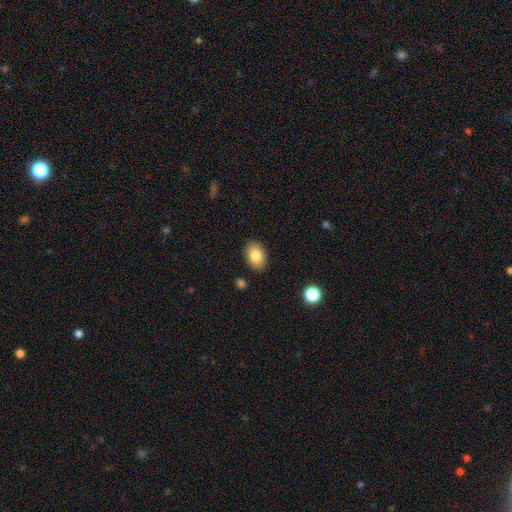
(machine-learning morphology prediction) A smooth galaxy with no disk features (82%) that is in between round and cigar-shaped (82%).

Vote fractions:
- Smooth or featured? smooth: 82% / featured or disk: 10% / star or artifact: 8%
- How rounded? in between: 82% / round: 17% / cigar-shaped: 1%
- Merging? none: 88% / minor disturbance: 9% / major disturbance: 2% / merger: 1%